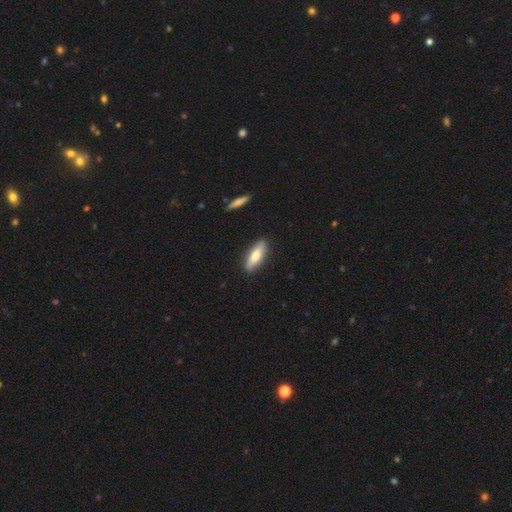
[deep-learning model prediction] Overall: smooth (66%; featured or disk 28%). How rounded: in between (51%; cigar-shaped 47%). Merging: none (88%).